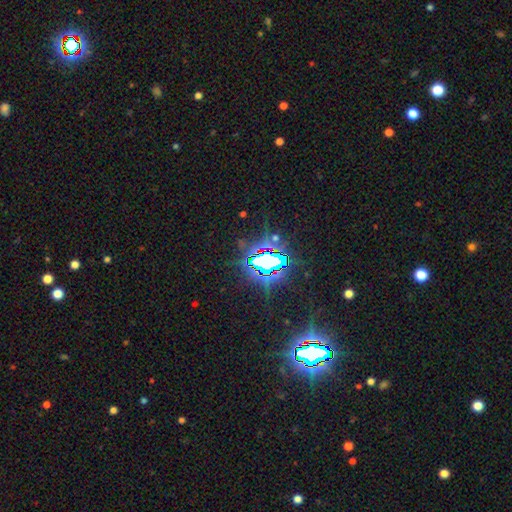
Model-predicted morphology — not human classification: Smooth or featured? star or artifact (84%)